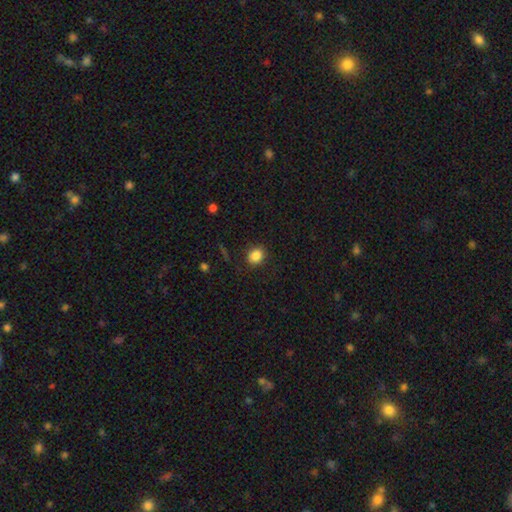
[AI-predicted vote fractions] smooth 85%, star or artifact 10%, featured or disk 5%. Down the decision tree: how rounded — round (68%); merging — none (88%).